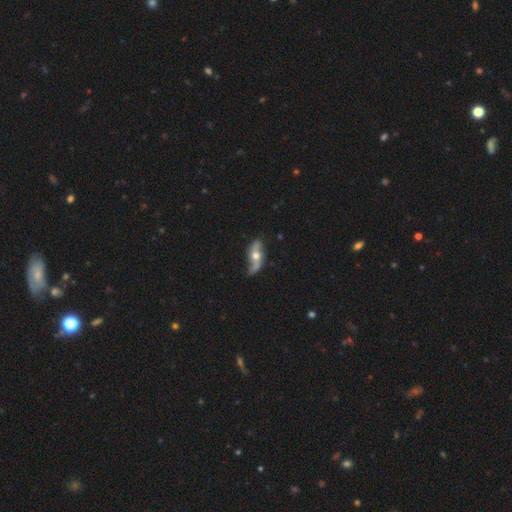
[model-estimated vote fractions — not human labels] featured or disk 70%, smooth 24%, star or artifact 6%. Down the decision tree: edge-on disk — no (76%); bar — no (67%); spiral arms — yes (82%); bulge size — moderate (73%); merging — none (67%).